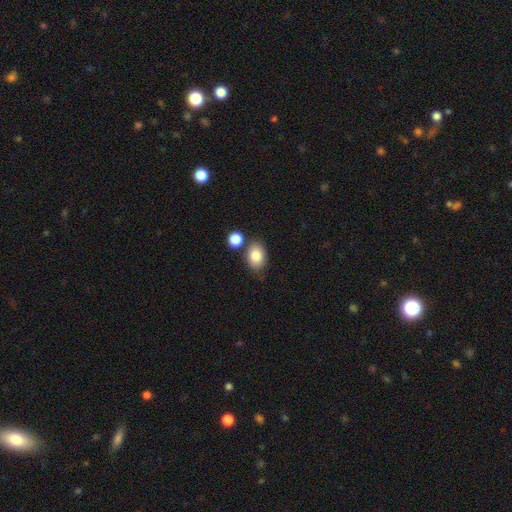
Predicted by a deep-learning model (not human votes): This appears to be a smooth galaxy with no disk features (84%) that is in between round and cigar-shaped (76%). Merging: none (70%).